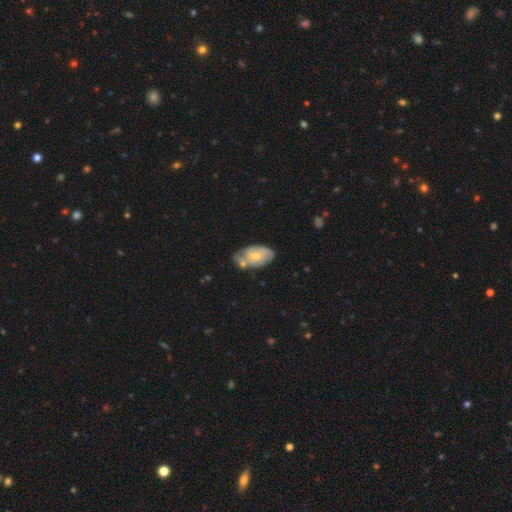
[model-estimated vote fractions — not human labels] Morphology: type=featured or disk (53%); edge-on=no (95%); bar=no (71%); spiral arms=yes (72%); bulge=small (56%); merging=none (44%).